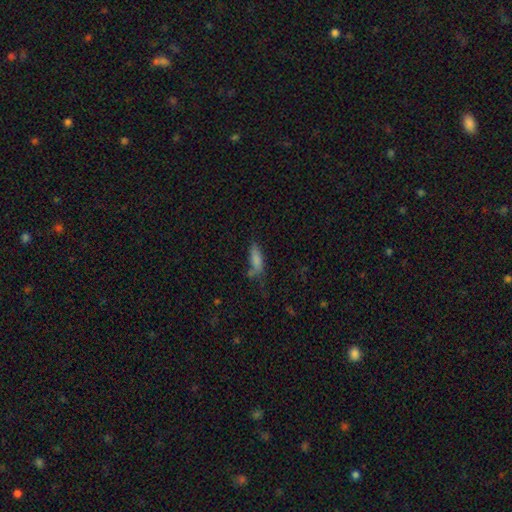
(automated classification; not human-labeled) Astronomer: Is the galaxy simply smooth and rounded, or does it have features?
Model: smooth — 73%.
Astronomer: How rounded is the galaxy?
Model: in between — 50% (runner-up: cigar-shaped, 47%).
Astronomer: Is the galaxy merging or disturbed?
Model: none — 50%.